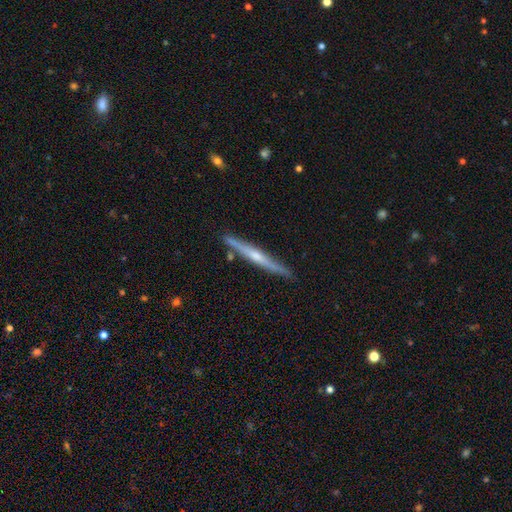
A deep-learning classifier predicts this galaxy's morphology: This appears to be a featured or disk galaxy (70%) viewed edge-on (98%) with a rounded central bulge (69%). Merging: none (88%).